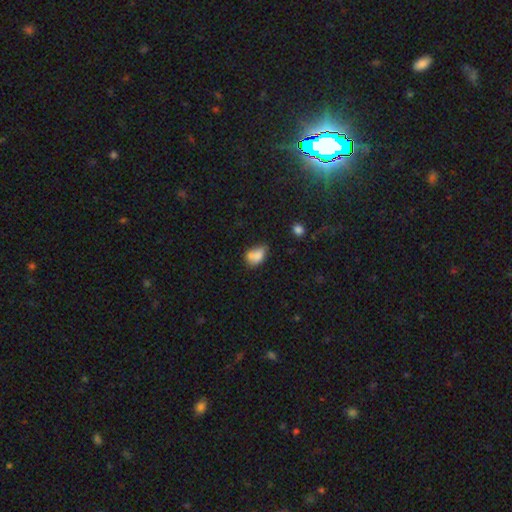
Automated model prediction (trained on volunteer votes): Smooth or featured: smooth — 74% (featured or disk — 16%)
How rounded: in between — 81% (round — 17%)
Merging: none — 34% (merger — 29%)